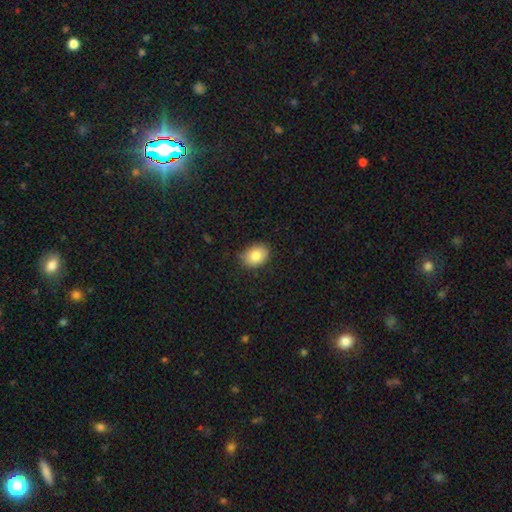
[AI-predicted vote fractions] Smooth or featured: smooth — 83% (featured or disk — 8%)
How rounded: in between — 66% (round — 34%)
Merging: none — 82% (minor disturbance — 15%)